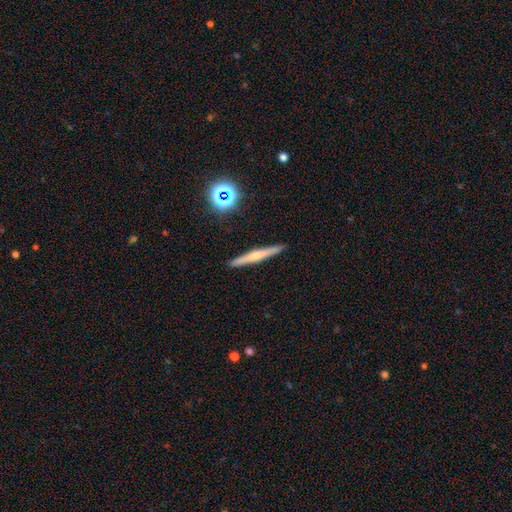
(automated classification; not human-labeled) Morphology: type=featured or disk (54%); edge-on=yes (97%); edge-on bulge=rounded (69%); merging=none (91%).